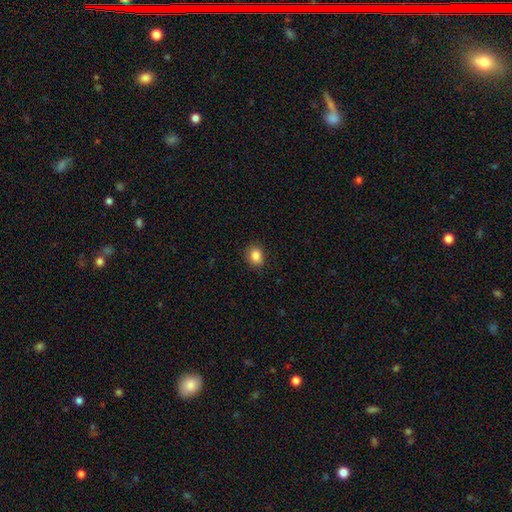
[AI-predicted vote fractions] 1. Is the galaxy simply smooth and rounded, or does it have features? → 86% smooth, 10% star or artifact, 4% featured or disk.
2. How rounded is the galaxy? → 58% round, 41% in between, 1% cigar-shaped.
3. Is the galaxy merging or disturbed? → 86% none, 10% minor disturbance, 2% major disturbance, 1% merger.